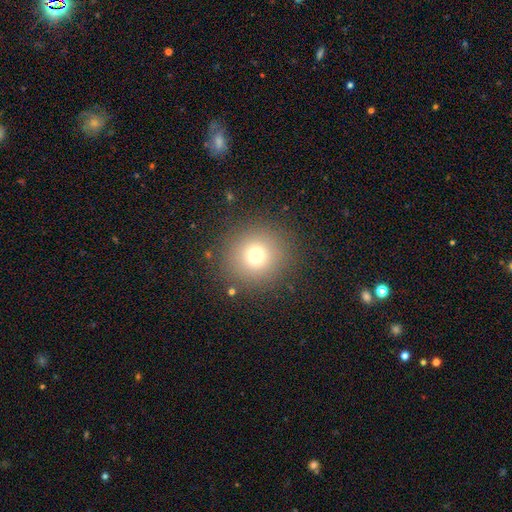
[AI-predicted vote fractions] smooth-or-featured: smooth: 73% | star or artifact: 18% | featured or disk: 10%
  how-rounded: round: 94% | in between: 5% | cigar-shaped: 1%
  merging: none: 88% | minor disturbance: 7% | major disturbance: 4% | merger: 1%